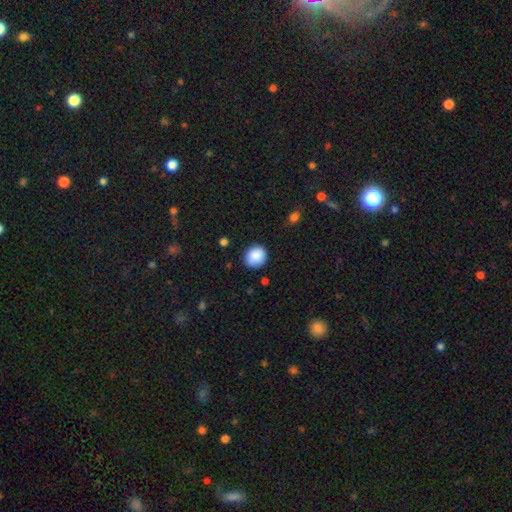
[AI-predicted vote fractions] Smooth or featured: smooth — 87% (star or artifact — 8%)
How rounded: round — 79% (in between — 20%)
Merging: none — 81% (minor disturbance — 14%)